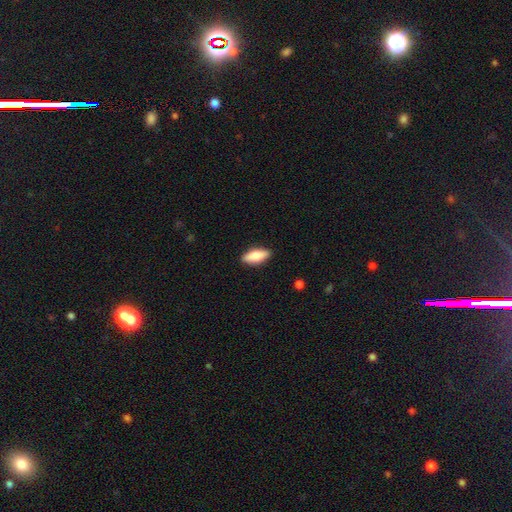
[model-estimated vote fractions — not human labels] smooth 78%, featured or disk 16%, star or artifact 6%. Down the decision tree: how rounded — in between (77%); merging — none (89%).